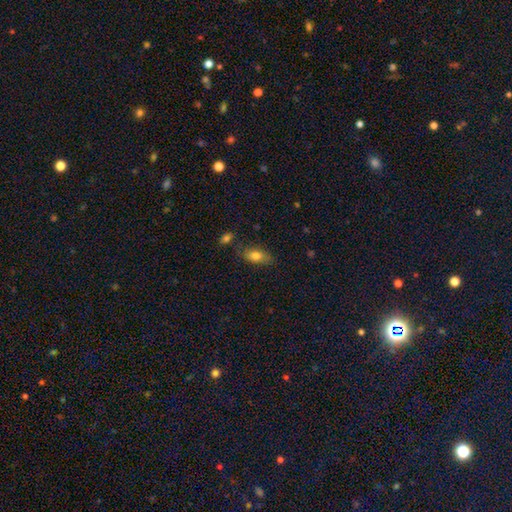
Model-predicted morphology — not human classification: A smooth galaxy with no disk features (79%) that is in between round and cigar-shaped (86%). Merging: none (73%).